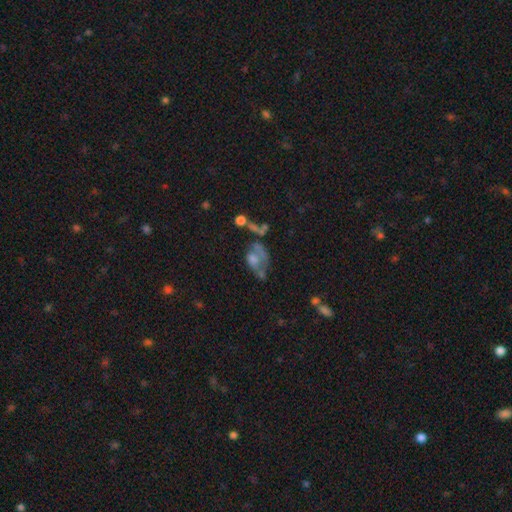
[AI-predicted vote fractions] Morphology: type=smooth (43%); merging=major disturbance (40%).